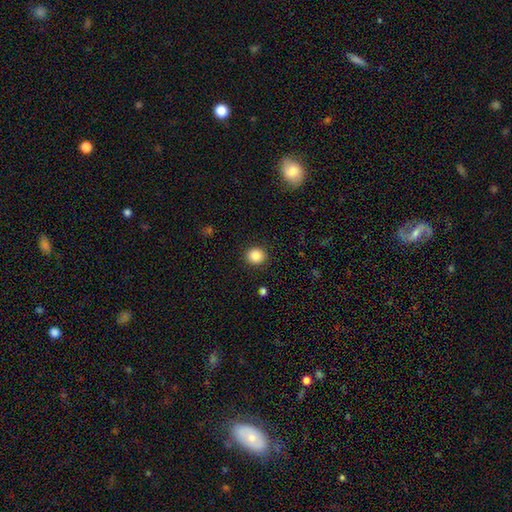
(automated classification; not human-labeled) Smooth or featured? smooth (86%)
How rounded? round (85%)
Merging? none (91%)